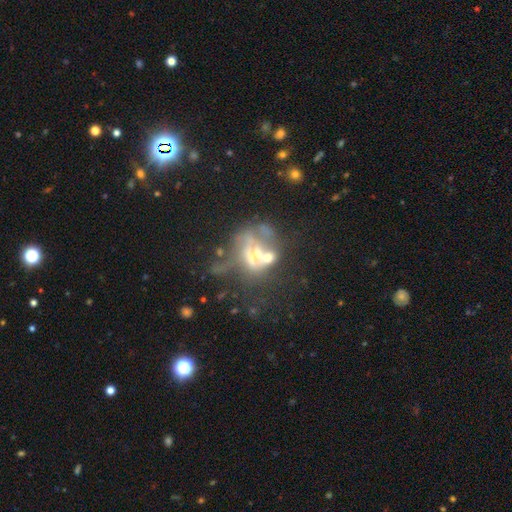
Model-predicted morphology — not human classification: smooth_or_featured: featured or disk (p=0.59) [alt: smooth p=0.24]
disk_edge_on: no (p=0.96) [alt: yes p=0.04]
bar: no (p=0.84) [alt: weak p=0.10]
has_spiral_arms: no (p=0.91) [alt: yes p=0.09]
bulge_size: none (p=0.34) [alt: moderate p=0.31]
merging: merger (p=0.38) [alt: major disturbance p=0.33]